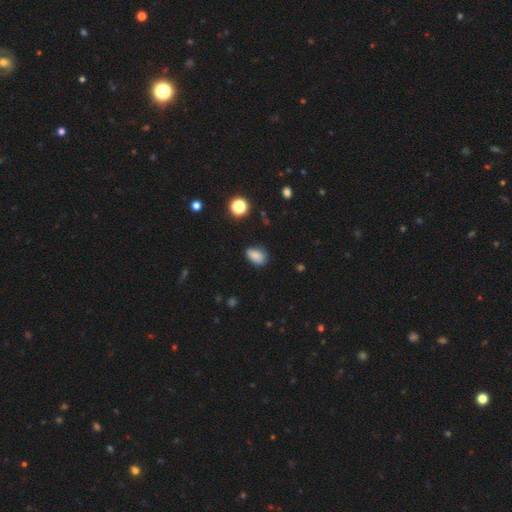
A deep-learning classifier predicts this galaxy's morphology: This is clearly a smooth galaxy (85%). How rounded: clearly in between (83%). Merging: likely none (70%).